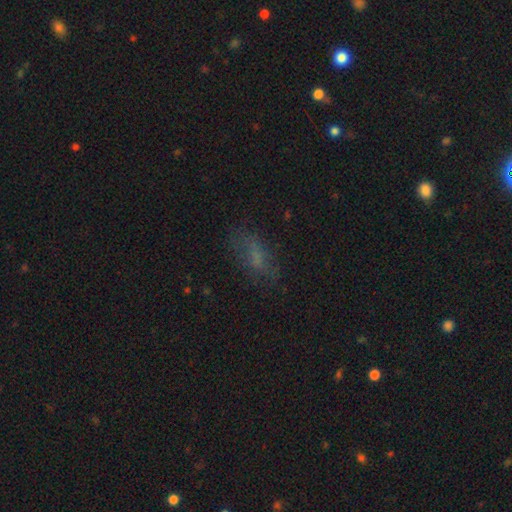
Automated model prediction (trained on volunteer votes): smooth 57%, featured or disk 25%, star or artifact 18%. Down the decision tree: how rounded — in between (71%); merging — none (62%).